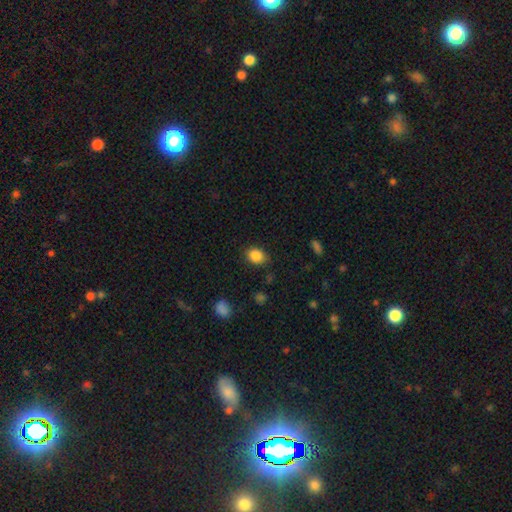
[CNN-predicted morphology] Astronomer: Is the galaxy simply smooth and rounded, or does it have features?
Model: smooth — 87%.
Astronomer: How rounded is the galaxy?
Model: in between — 63%.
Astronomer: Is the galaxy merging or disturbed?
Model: none — 83%.